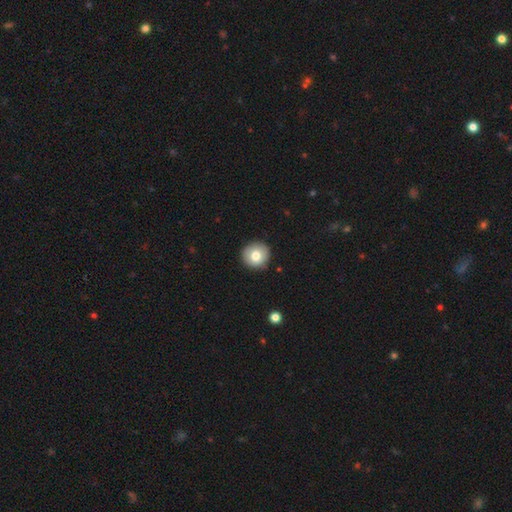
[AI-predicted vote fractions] Smooth or featured?
  - smooth: 77% *
  - featured or disk: 15%
  - star or artifact: 8%
How rounded?
  - round: 92% *
  - in between: 7%
  - cigar-shaped: 1%
Merging?
  - none: 90% *
  - minor disturbance: 7%
  - major disturbance: 2%
  - merger: 1%